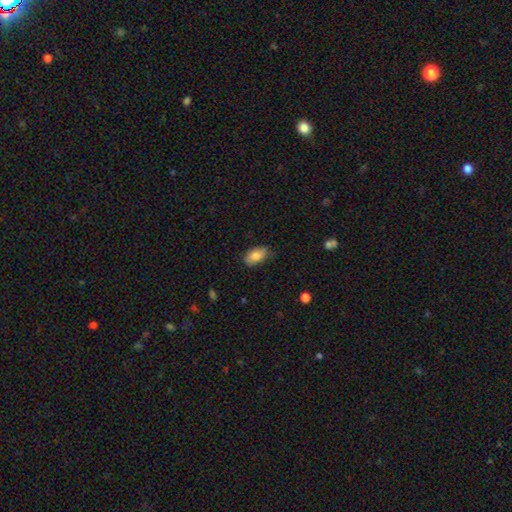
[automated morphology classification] A smooth galaxy with no disk features (83%) that is in between round and cigar-shaped (93%). Merging: none (78%).